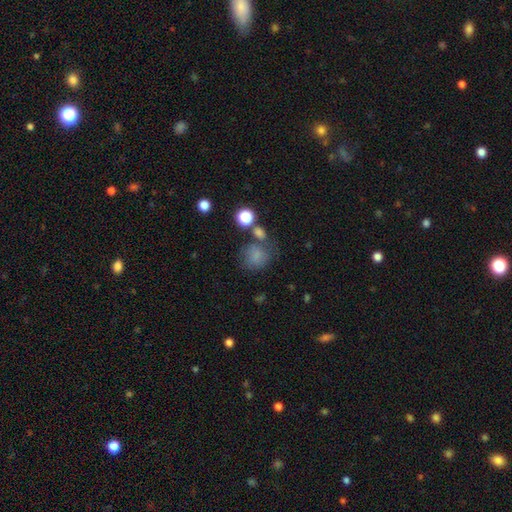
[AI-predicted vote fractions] Morphology: type=smooth (76%); roundness=round (77%); merging=none (52%).